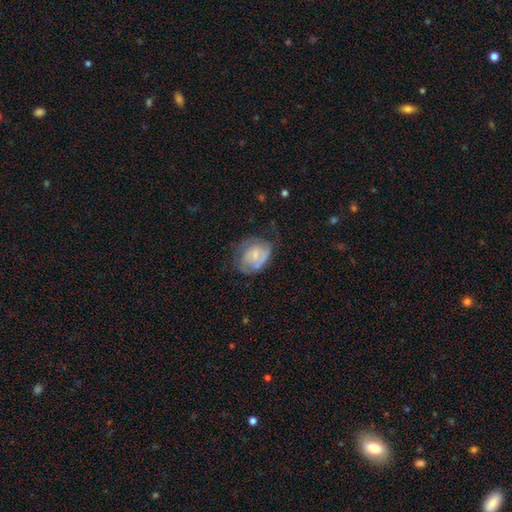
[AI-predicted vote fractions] smooth-or-featured: featured or disk: 53% | smooth: 39% | star or artifact: 7%
  disk-edge-on: no: 97% | yes: 3%
    bar: no: 52% | weak: 40% | strong: 8%
    has-spiral-arms: yes: 67% | no: 33%
    bulge-size: small: 49% | moderate: 32% | none: 15% | large: 3% | dominant: 1%
  merging: none: 46% | minor disturbance: 31% | major disturbance: 22% | merger: 2%